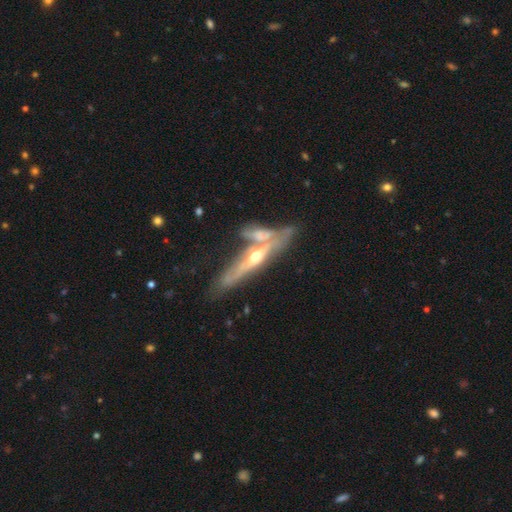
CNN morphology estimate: Smooth or featured? Predicted: featured or disk (p=0.74). Edge-on disk? Predicted: yes (p=0.79). Edge-on bulge? Predicted: rounded (p=0.84). Merging? Predicted: none (p=0.46).